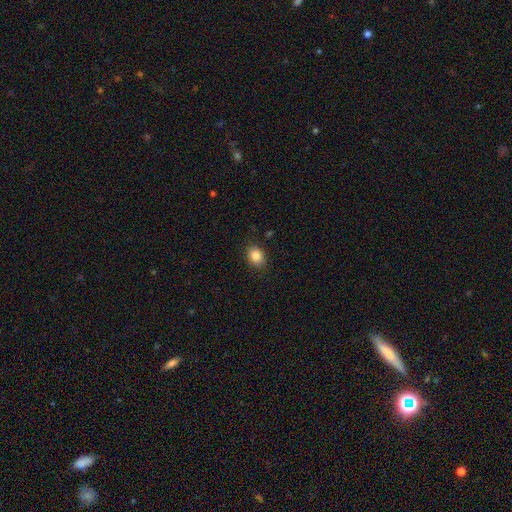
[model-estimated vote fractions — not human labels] A smooth galaxy with no disk features (86%) that is in between round and cigar-shaped (56%). Merging: none (87%).